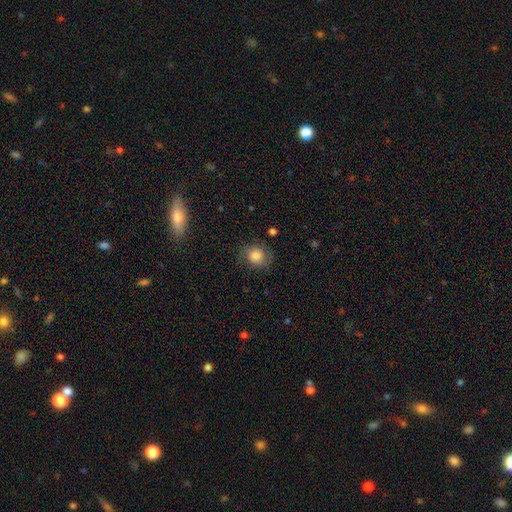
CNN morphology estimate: Q: Smooth or featured?
A: smooth (67%); runner-up: featured or disk (23%)
Q: How rounded?
A: round (76%); runner-up: in between (23%)
Q: Merging?
A: none (69%); runner-up: minor disturbance (20%)